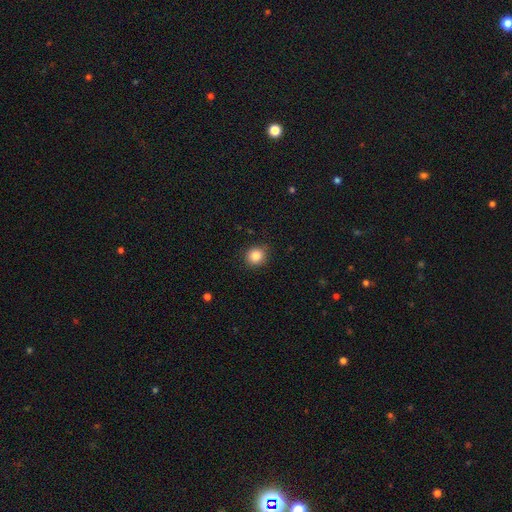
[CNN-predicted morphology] smooth_or_featured: smooth (p=0.86) [alt: star or artifact p=0.10]
how_rounded: round (p=0.86) [alt: in between p=0.13]
merging: none (p=0.88) [alt: minor disturbance p=0.08]